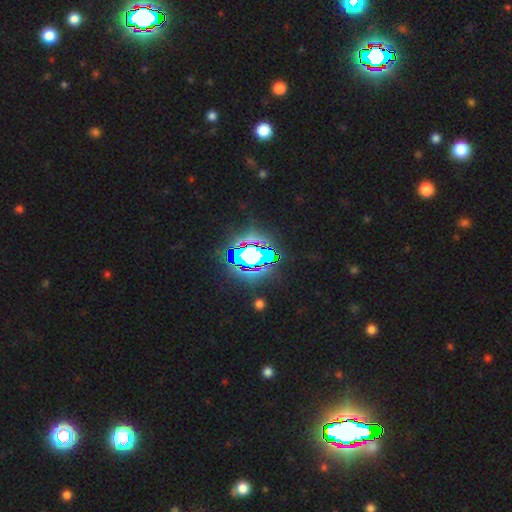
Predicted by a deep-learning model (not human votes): This is likely a star or artifact rather than a galaxy (72%).